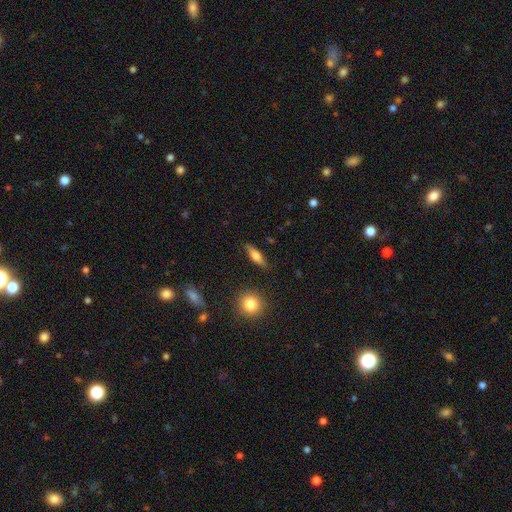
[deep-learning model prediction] A smooth galaxy with no disk features (56%) that is cigar-shaped (54%).

Vote fractions:
- Smooth or featured? smooth: 56% / featured or disk: 36% / star or artifact: 8%
- How rounded? cigar-shaped: 54% / in between: 41% / round: 5%
- Merging? none: 86% / minor disturbance: 10% / major disturbance: 2% / merger: 2%